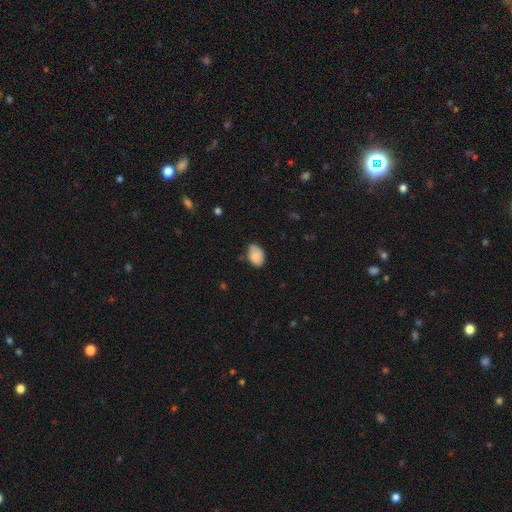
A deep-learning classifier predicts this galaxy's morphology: type=smooth (84%); roundness=in between (86%); merging=none (59%).